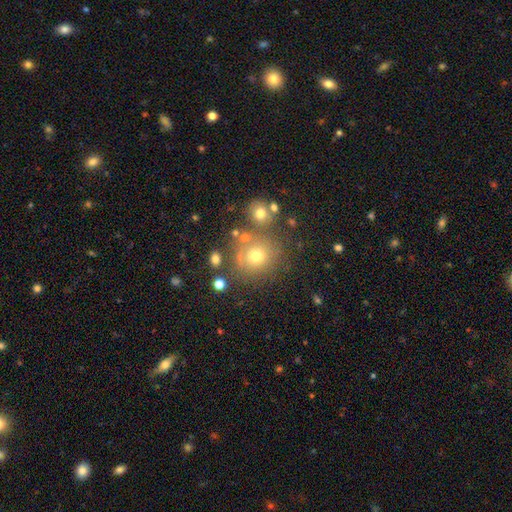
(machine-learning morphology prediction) A smooth galaxy with no disk features (68%) that is round (87%).

Vote fractions:
- Smooth or featured? smooth: 68% / star or artifact: 18% / featured or disk: 14%
- How rounded? round: 87% / in between: 12% / cigar-shaped: 1%
- Merging? none: 69% / merger: 13% / minor disturbance: 12% / major disturbance: 6%